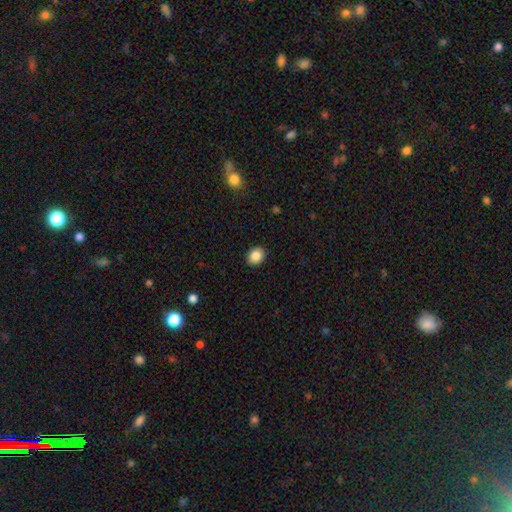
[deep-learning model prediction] smooth 87%, star or artifact 9%, featured or disk 4%. Down the decision tree: how rounded — round (52%); merging — none (90%).